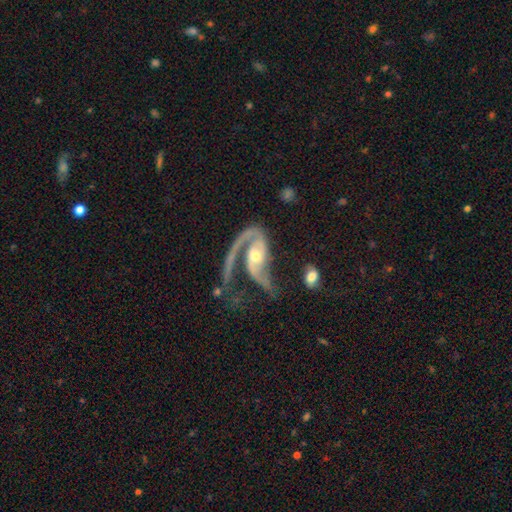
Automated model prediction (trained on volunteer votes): A featured or disk galaxy (89%) with no bar (55%), 2 (53%) medium (43%) spiral arms (95%) and a moderate central bulge (63%).

Vote fractions:
- Smooth or featured? featured or disk: 89% / smooth: 7% / star or artifact: 5%
- Edge-on disk? no: 96% / yes: 4%
- Bar? no: 55% / weak: 30% / strong: 14%
- Spiral arms? yes: 95% / no: 5%
- Spiral winding? medium: 43% / loose: 35% / tight: 22%
- Spiral arm count? 2: 53% / 1: 38% / can't tell: 4% / 3: 2% / 4: 1% / more than 4: 1%
- Bulge size? moderate: 63% / small: 29% / large: 5% / none: 2% / dominant: 1%
- Merging? major disturbance: 46% / none: 28% / minor disturbance: 15% / merger: 11%